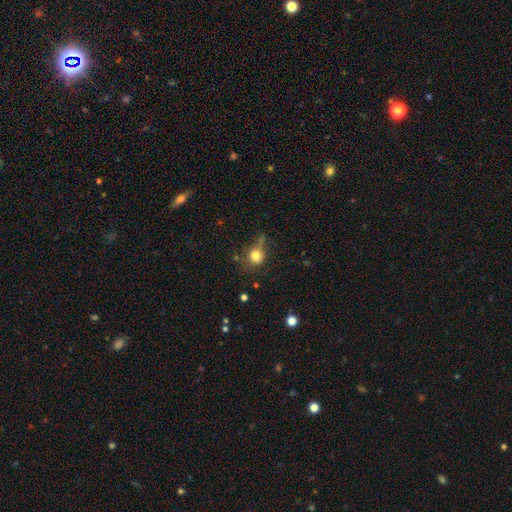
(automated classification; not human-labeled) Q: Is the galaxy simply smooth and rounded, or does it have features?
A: smooth — 76%.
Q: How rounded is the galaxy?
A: round — 80%.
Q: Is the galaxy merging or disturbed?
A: none — 50%.